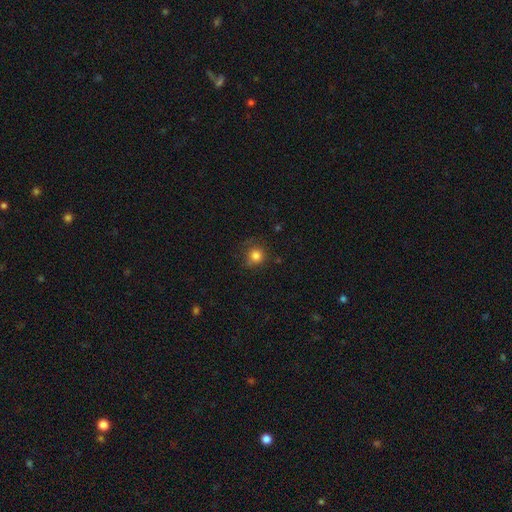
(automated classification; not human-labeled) Smooth or featured? smooth (82%)
How rounded? round (88%)
Merging? none (72%)